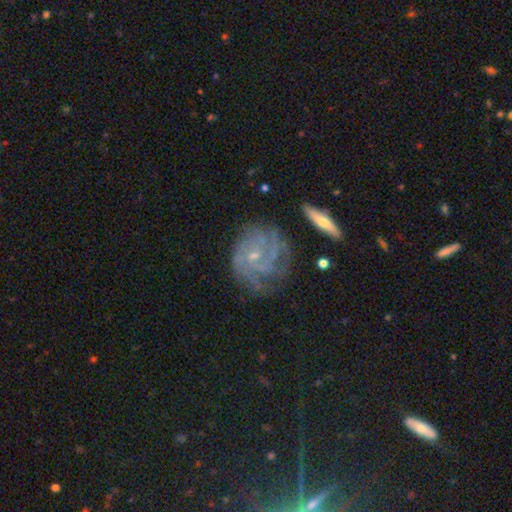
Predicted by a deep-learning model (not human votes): Morphology: type=featured or disk (83%); edge-on=no (96%); bar=no (68%); spiral arms=yes (95%); winding=tight (60%); arm count=3 (28%); bulge=small (75%); merging=none (62%).